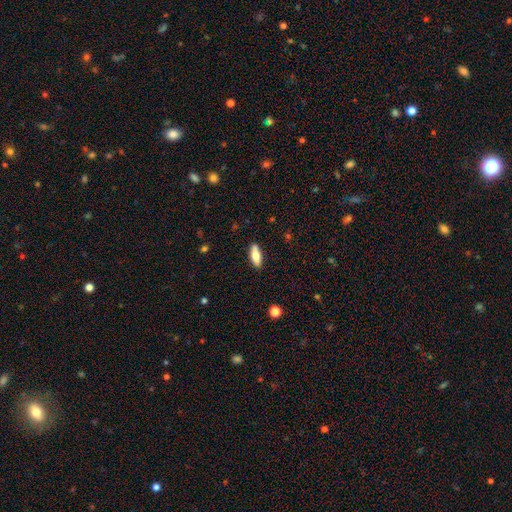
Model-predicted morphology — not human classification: type=smooth (70%); roundness=in between (65%); merging=none (87%).